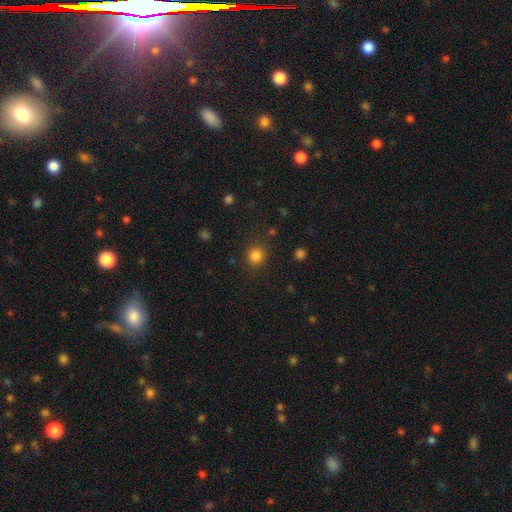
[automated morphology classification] A smooth galaxy with no disk features (84%) that is round (88%). Merging: none (87%).